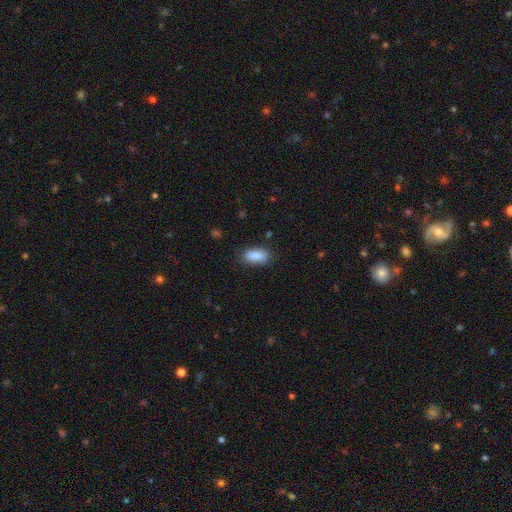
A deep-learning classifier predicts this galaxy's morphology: smooth 89%, star or artifact 7%, featured or disk 4%. Down the decision tree: how rounded — in between (88%); merging — none (82%).